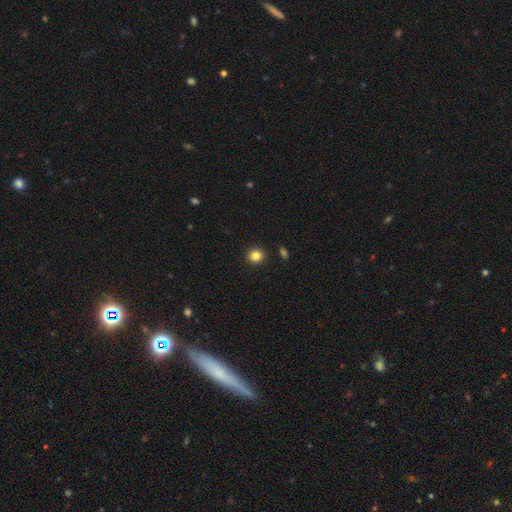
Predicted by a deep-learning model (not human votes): smooth 84%, star or artifact 11%, featured or disk 5%. Down the decision tree: how rounded — round (89%); merging — none (92%).